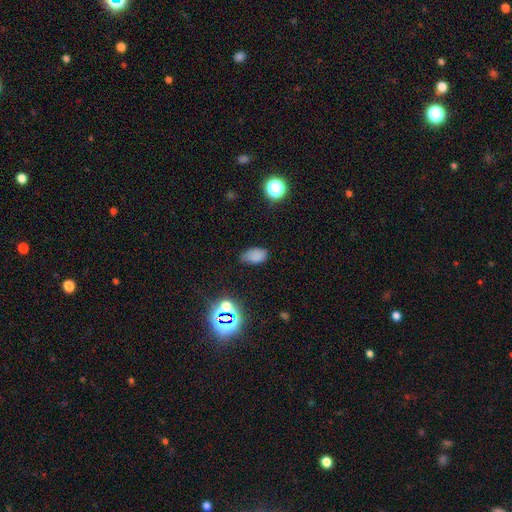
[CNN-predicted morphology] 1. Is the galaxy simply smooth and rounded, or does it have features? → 74% smooth, 18% star or artifact, 8% featured or disk.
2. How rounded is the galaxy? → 91% in between, 7% round, 2% cigar-shaped.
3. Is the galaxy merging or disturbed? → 65% none, 26% minor disturbance, 7% major disturbance, 2% merger.